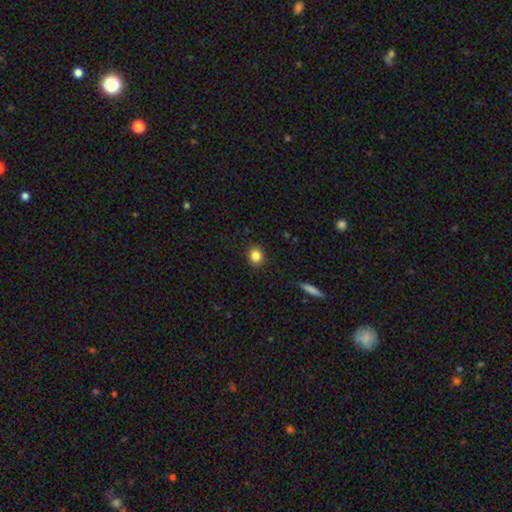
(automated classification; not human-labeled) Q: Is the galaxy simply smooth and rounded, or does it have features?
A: smooth — 84%.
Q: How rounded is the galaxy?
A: round — 78%.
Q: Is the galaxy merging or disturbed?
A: none — 90%.